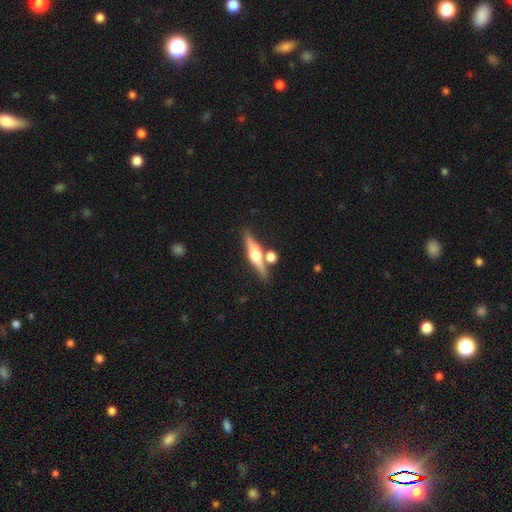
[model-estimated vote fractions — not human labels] This appears to be a featured or disk galaxy (69%) viewed edge-on (95%) with a rounded central bulge (90%). Merging: none (71%).